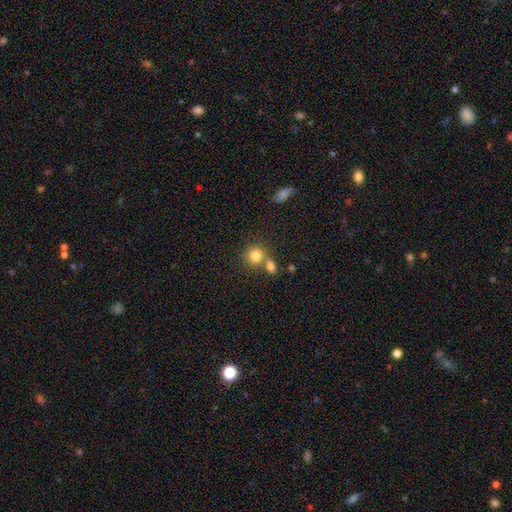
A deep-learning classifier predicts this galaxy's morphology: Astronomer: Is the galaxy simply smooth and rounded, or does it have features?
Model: smooth — 82%.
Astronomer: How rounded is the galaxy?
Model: round — 84%.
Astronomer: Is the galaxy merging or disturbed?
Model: none — 53% (runner-up: merger, 34%).